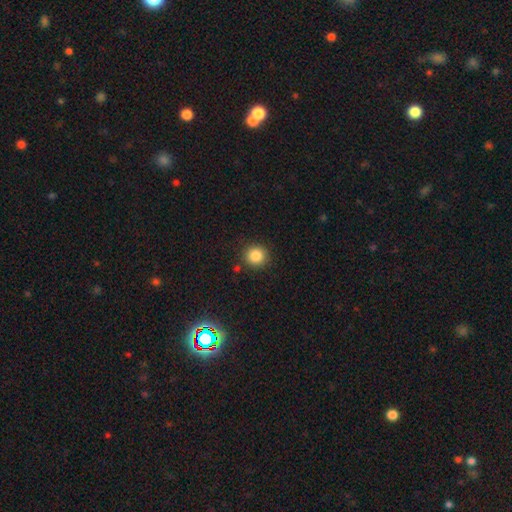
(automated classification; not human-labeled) A smooth galaxy with no disk features (85%) that is round (92%). Merging: none (88%).